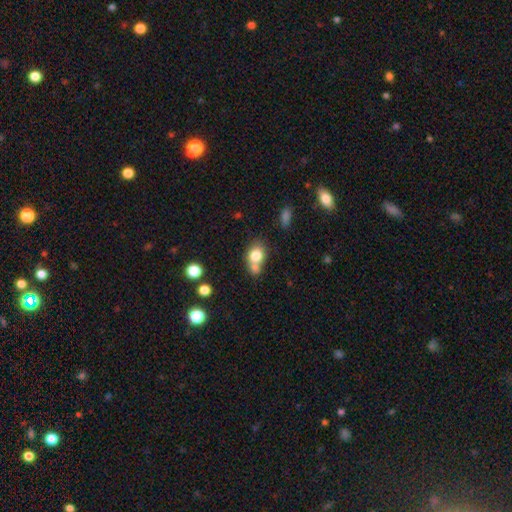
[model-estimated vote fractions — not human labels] smooth_or_featured: smooth (p=0.77) [alt: featured or disk p=0.13]
how_rounded: in between (p=0.50) [alt: round p=0.48]
merging: merger (p=0.47) [alt: none p=0.36]